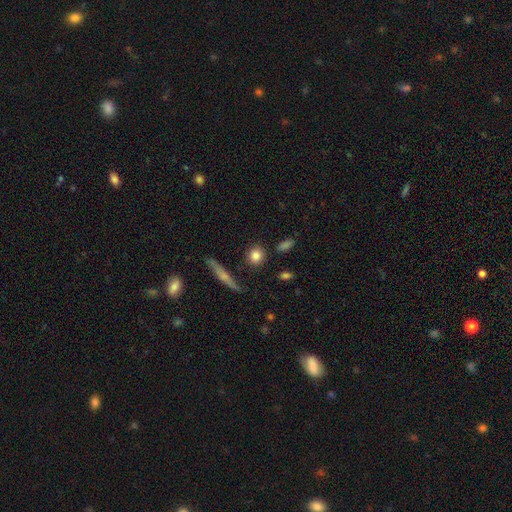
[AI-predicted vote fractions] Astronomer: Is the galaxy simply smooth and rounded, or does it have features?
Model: smooth — 82%.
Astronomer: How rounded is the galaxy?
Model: round — 78%.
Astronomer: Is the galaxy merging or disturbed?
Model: none — 84%.